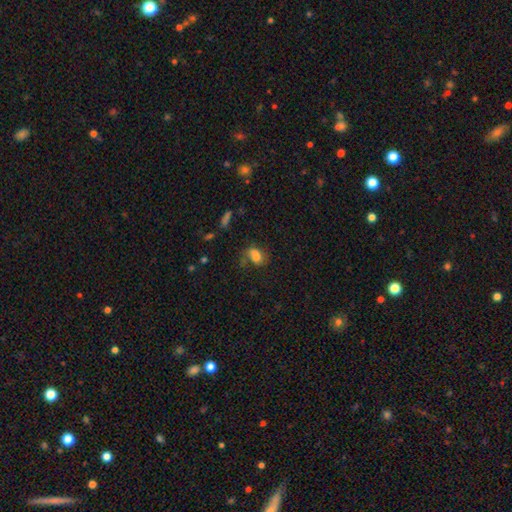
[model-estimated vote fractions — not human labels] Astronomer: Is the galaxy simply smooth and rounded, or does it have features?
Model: smooth — 70%.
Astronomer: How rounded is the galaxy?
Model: in between — 79%.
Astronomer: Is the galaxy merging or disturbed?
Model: none — 46% (runner-up: minor disturbance, 25%).